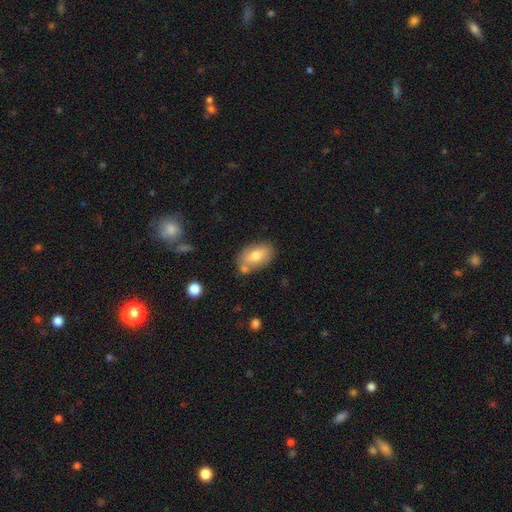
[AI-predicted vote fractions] Q: Smooth or featured?
A: smooth (71%); runner-up: featured or disk (22%)
Q: How rounded?
A: in between (90%); runner-up: round (8%)
Q: Merging?
A: none (65%); runner-up: minor disturbance (16%)